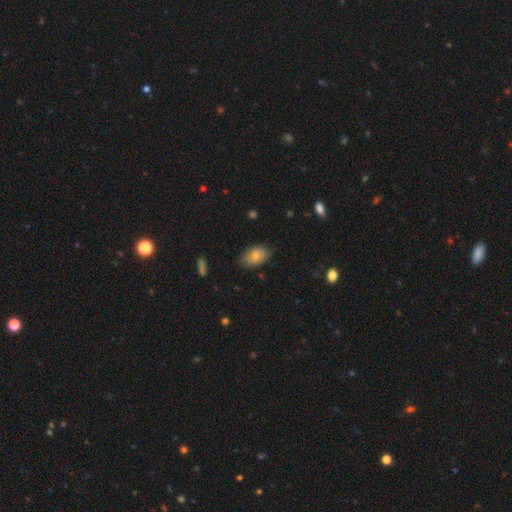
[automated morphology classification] smooth-or-featured: smooth: 78% | featured or disk: 14% | star or artifact: 7%
  how-rounded: in between: 89% | round: 10% | cigar-shaped: 1%
  merging: none: 75% | minor disturbance: 20% | major disturbance: 4% | merger: 1%